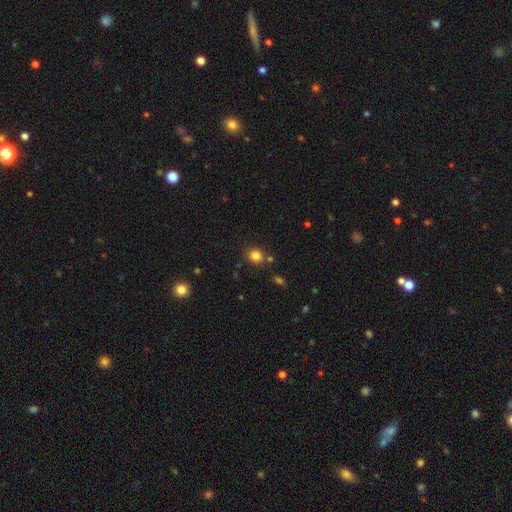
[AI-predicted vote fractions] The model was most divided on "how rounded": round: 76%, in between: 23%, cigar-shaped: 1%. More confident: smooth or featured — smooth (82%); merging — none (79%).